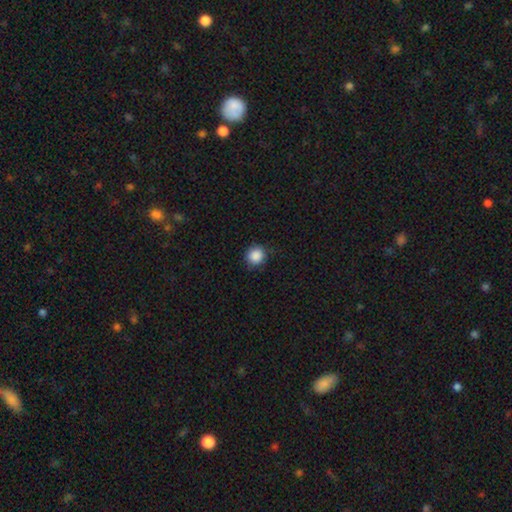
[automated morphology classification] Overall: smooth (88%). How rounded: round (92%). Merging: none (85%).